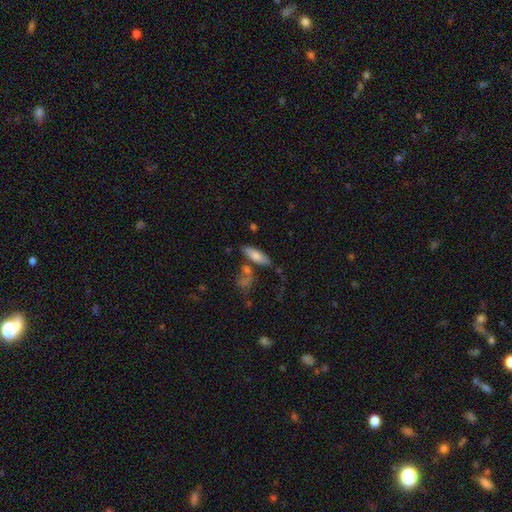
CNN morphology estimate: type=smooth (76%); roundness=in between (58%); merging=none (67%).